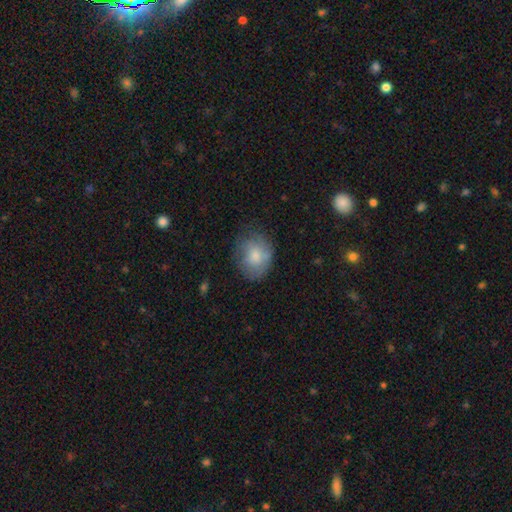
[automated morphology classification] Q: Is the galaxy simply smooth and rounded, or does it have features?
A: smooth — 74%.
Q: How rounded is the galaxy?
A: in between — 50%.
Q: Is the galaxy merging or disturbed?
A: none — 61%.